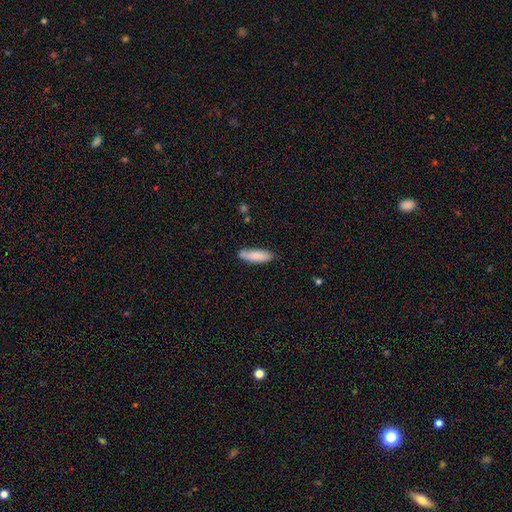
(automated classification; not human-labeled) This is clearly a smooth galaxy (83%). How rounded: possibly in between (52%). Merging: likely none (74%).